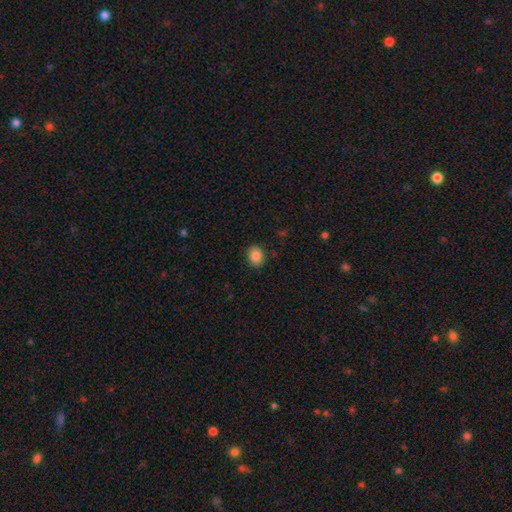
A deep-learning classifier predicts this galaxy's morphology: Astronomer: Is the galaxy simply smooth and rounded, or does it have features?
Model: smooth — 86%.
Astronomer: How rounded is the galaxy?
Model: round — 59% (runner-up: in between, 40%).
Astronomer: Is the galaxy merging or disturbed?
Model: none — 88%.